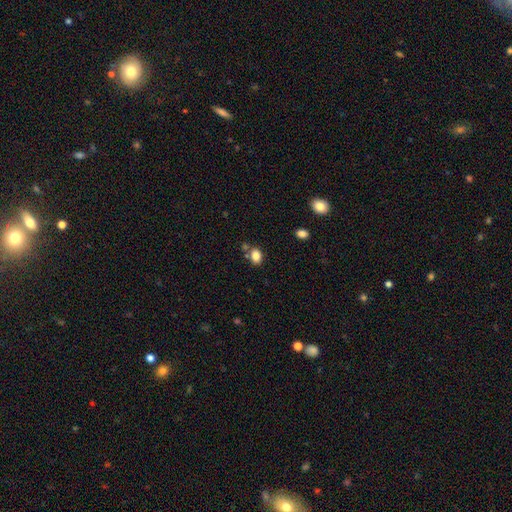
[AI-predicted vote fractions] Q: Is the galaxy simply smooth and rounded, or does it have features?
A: smooth — 83%.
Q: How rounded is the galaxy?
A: in between — 68%.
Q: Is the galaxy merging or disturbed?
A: none — 66%.